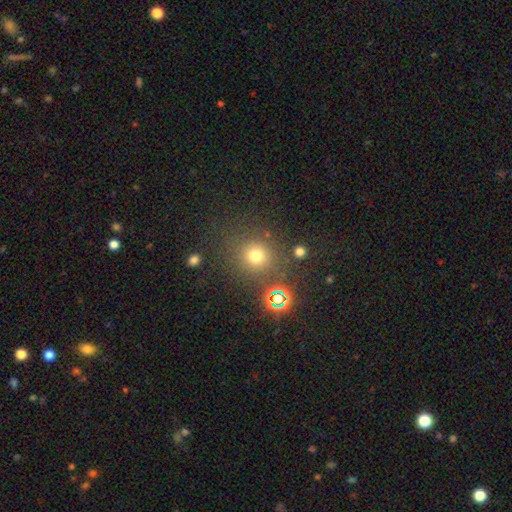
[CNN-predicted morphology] This appears to be a smooth galaxy with no disk features (72%) that is round (89%). Merging: none (79%).